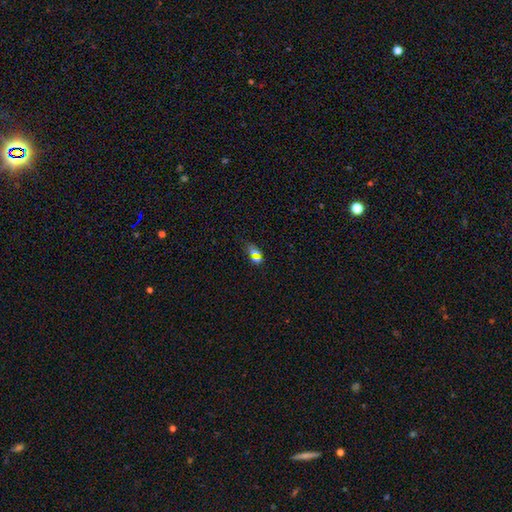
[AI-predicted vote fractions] Overall: smooth (46%; star or artifact 40%). Merging: none (66%).